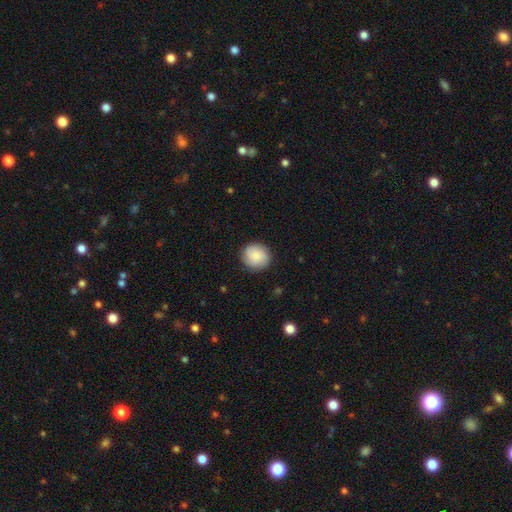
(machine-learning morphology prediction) A smooth galaxy with no disk features (71%) that is round (90%).

Vote fractions:
- Smooth or featured? smooth: 71% / featured or disk: 22% / star or artifact: 7%
- How rounded? round: 90% / in between: 9% / cigar-shaped: 1%
- Merging? none: 87% / minor disturbance: 9% / major disturbance: 3% / merger: 1%